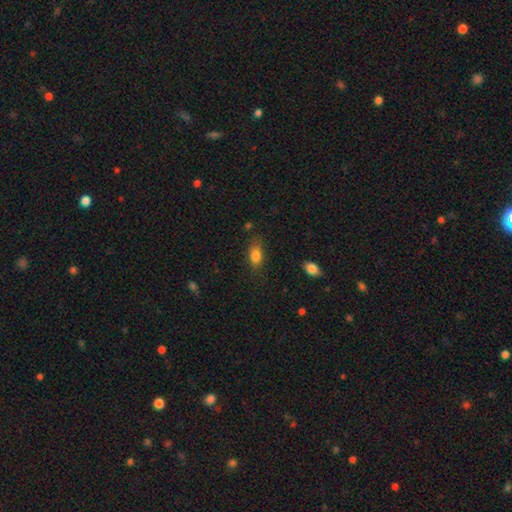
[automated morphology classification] Smooth or featured?
  - smooth: 84% *
  - star or artifact: 9%
  - featured or disk: 7%
How rounded?
  - in between: 84% *
  - round: 10%
  - cigar-shaped: 6%
Merging?
  - none: 70% *
  - minor disturbance: 22%
  - major disturbance: 6%
  - merger: 2%